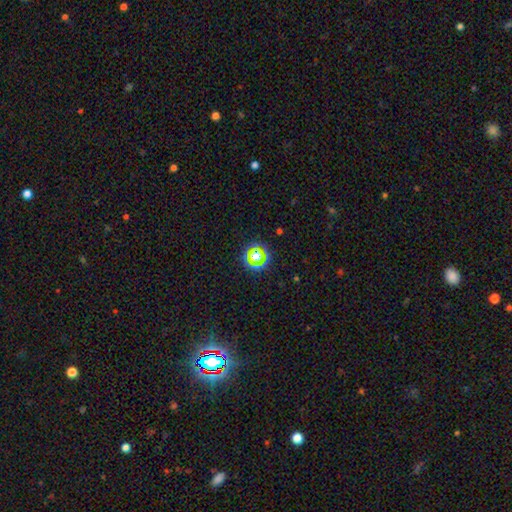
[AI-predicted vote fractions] smooth_or_featured: star or artifact (p=0.53) [alt: smooth p=0.33]